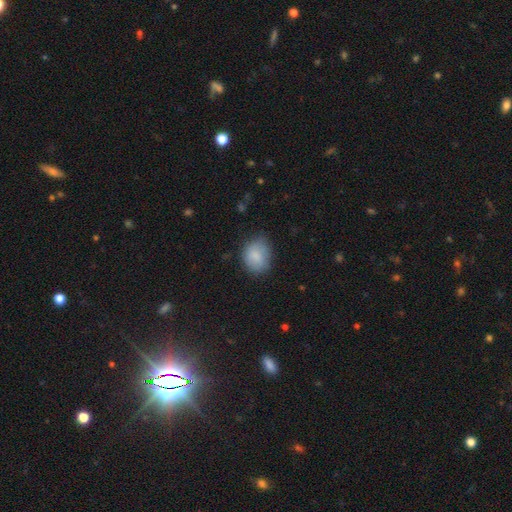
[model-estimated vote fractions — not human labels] This appears to be a smooth galaxy with no disk features (83%) that is in between round and cigar-shaped (55%). Merging: none (69%).